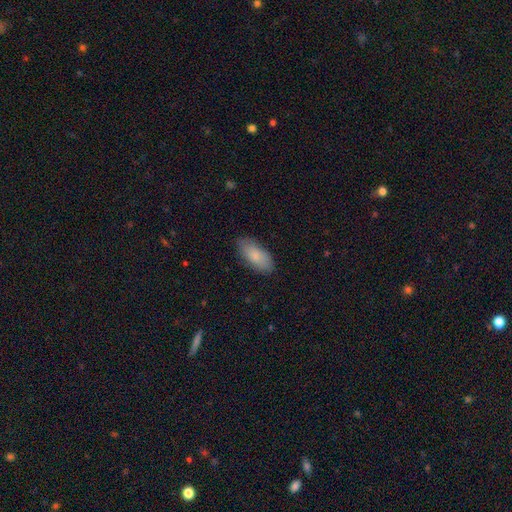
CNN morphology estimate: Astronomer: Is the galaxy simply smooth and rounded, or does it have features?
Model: smooth — 84%.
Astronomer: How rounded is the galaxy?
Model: in between — 87%.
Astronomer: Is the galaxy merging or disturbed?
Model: none — 84%.